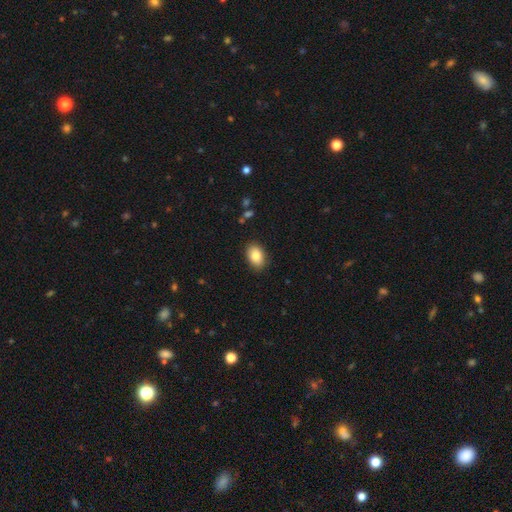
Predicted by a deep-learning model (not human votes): Smooth or featured: smooth — 86% (star or artifact — 7%)
How rounded: in between — 86% (round — 13%)
Merging: none — 86% (minor disturbance — 10%)